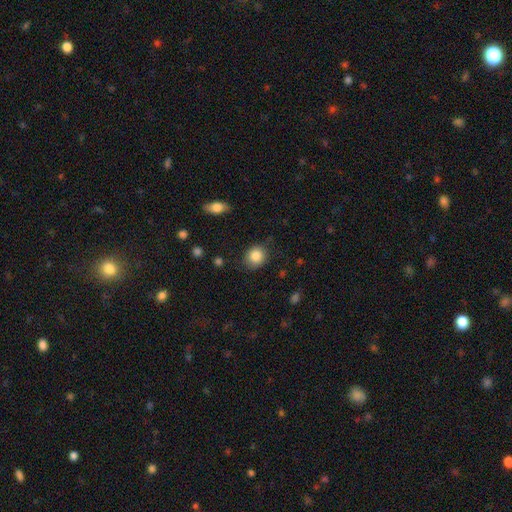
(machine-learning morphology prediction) Smooth or featured: smooth — 86% (star or artifact — 9%)
How rounded: round — 73% (in between — 26%)
Merging: none — 82% (minor disturbance — 13%)